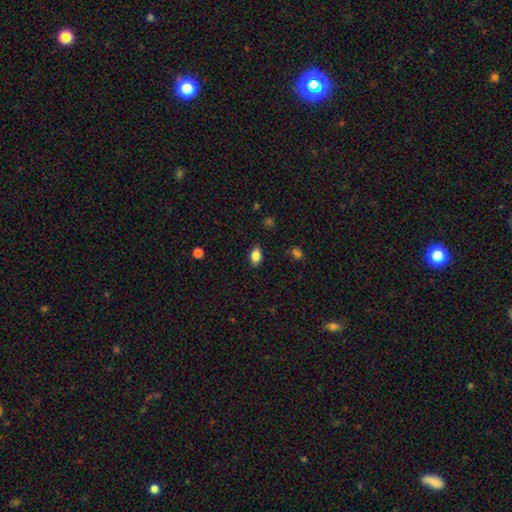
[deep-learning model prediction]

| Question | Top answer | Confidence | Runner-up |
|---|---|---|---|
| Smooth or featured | smooth | 84% | star or artifact (9%) |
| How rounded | in between | 88% | round (9%) |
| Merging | none | 86% | minor disturbance (10%) |